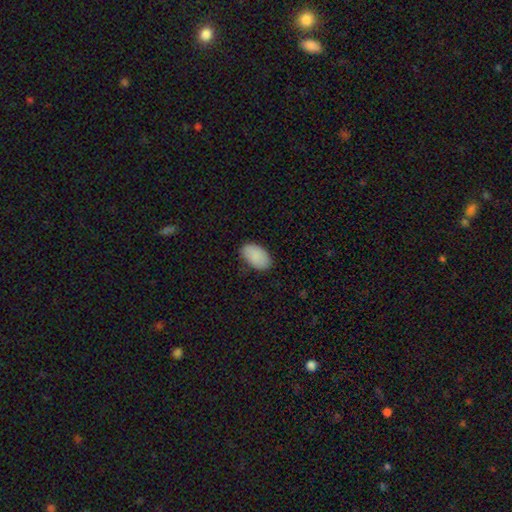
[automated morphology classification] This is clearly a smooth galaxy (90%). How rounded: clearly in between (95%). Merging: clearly none (81%).